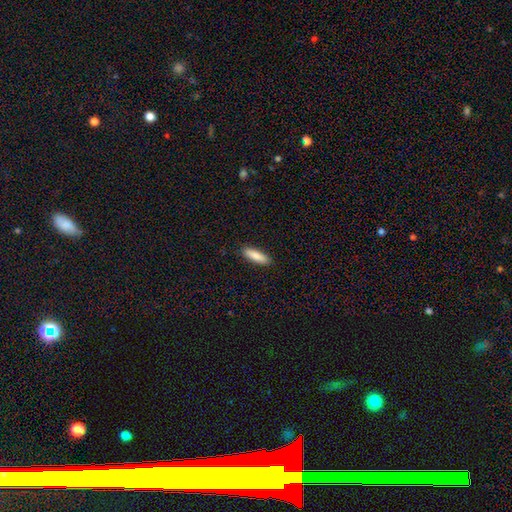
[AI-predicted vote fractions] smooth_or_featured: smooth (p=0.87) [alt: featured or disk p=0.07]
how_rounded: cigar-shaped (p=0.60) [alt: in between p=0.38]
merging: none (p=0.90) [alt: minor disturbance p=0.07]